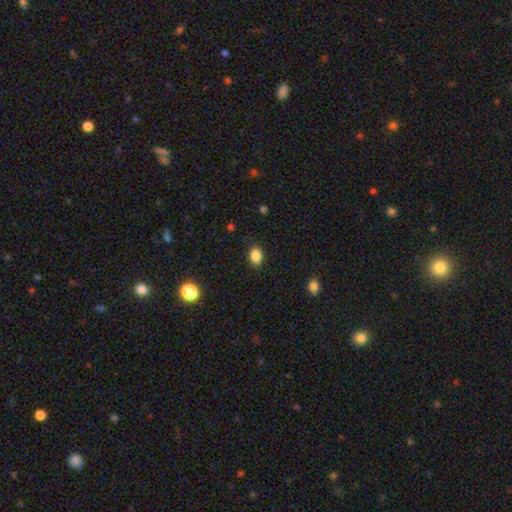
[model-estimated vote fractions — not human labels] This appears to be a smooth galaxy with no disk features (86%) that is in between round and cigar-shaped (67%). Merging: none (87%).